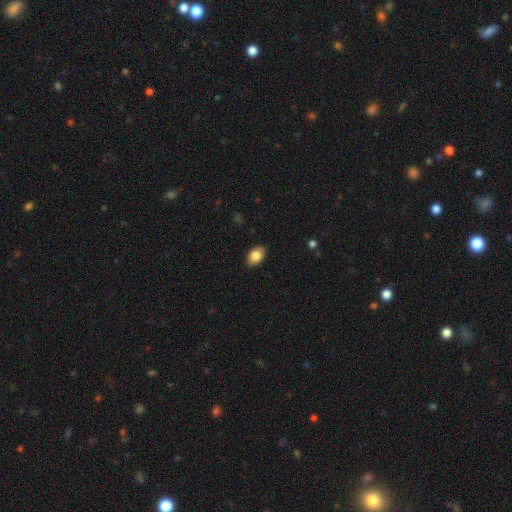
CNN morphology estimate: Overall: smooth (85%). How rounded: in between (87%). Merging: none (88%).